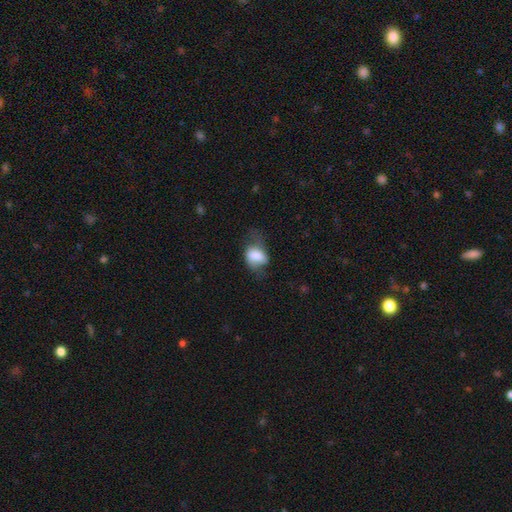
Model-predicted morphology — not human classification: Q: Smooth or featured?
A: smooth (68%); runner-up: featured or disk (24%)
Q: How rounded?
A: in between (78%); runner-up: round (21%)
Q: Merging?
A: none (34%); runner-up: major disturbance (32%)